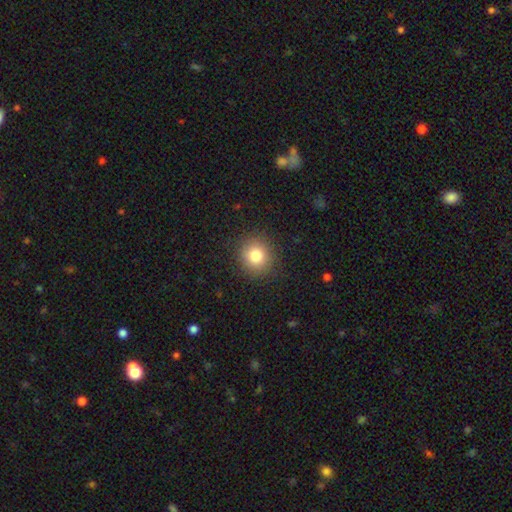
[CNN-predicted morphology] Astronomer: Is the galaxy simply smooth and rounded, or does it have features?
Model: smooth — 81%.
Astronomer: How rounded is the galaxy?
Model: round — 90%.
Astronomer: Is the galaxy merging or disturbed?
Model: none — 90%.